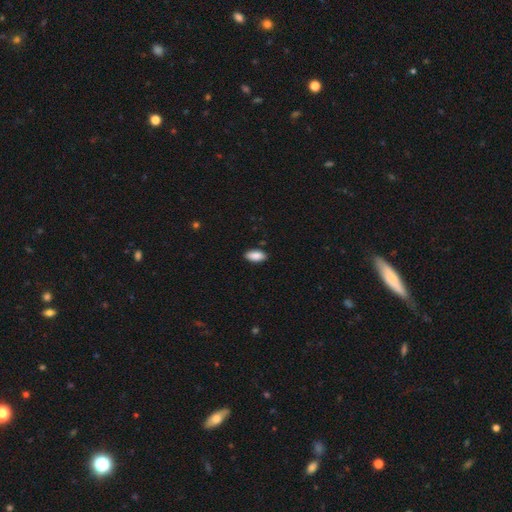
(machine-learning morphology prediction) Smooth or featured? Predicted: smooth (p=0.88). How rounded? Predicted: in between (p=0.89). Merging? Predicted: none (p=0.88).